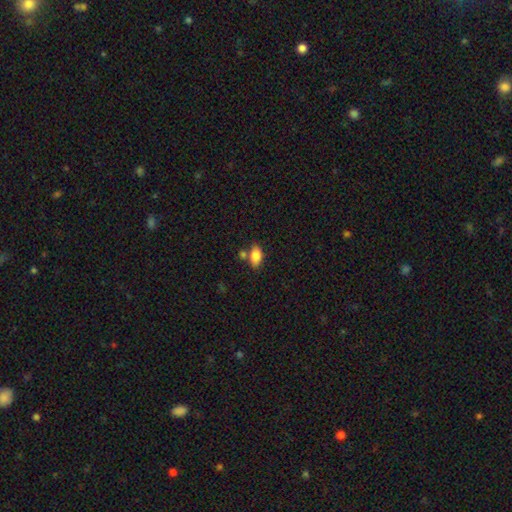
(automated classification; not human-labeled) Smooth or featured? smooth (84%)
How rounded? in between (89%)
Merging? none (64%)